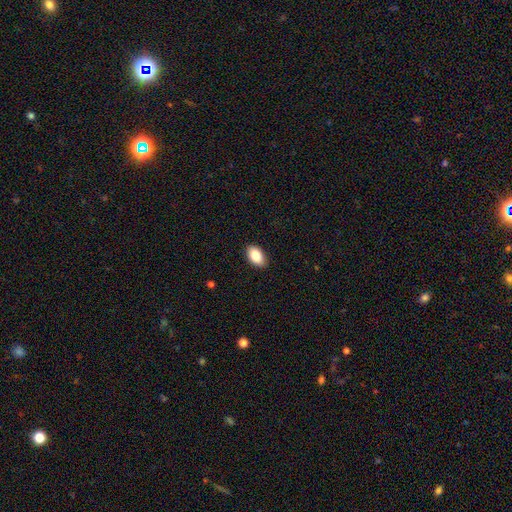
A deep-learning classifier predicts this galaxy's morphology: Q: Smooth or featured?
A: smooth (85%); runner-up: featured or disk (8%)
Q: How rounded?
A: in between (92%); runner-up: round (6%)
Q: Merging?
A: none (87%); runner-up: minor disturbance (10%)